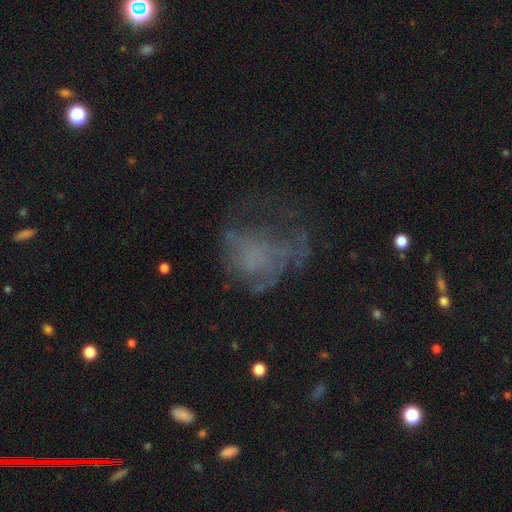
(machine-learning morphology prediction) Q: Smooth or featured?
A: featured or disk (43%); runner-up: smooth (35%)
Q: Merging?
A: major disturbance (45%); runner-up: none (34%)